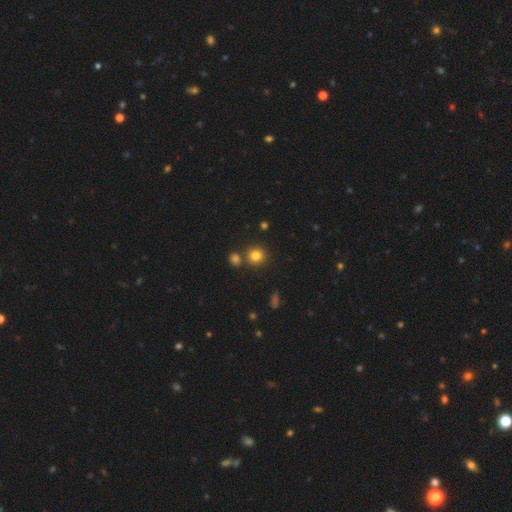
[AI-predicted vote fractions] A smooth galaxy with no disk features (81%) that is round (90%). Merging: none (77%).